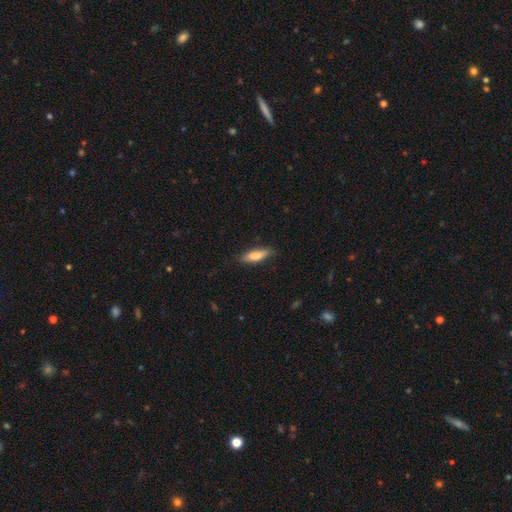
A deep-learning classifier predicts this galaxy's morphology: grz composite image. It shows a smooth galaxy with no disk features (74%) that is cigar-shaped (54%). Merging: none (82%).